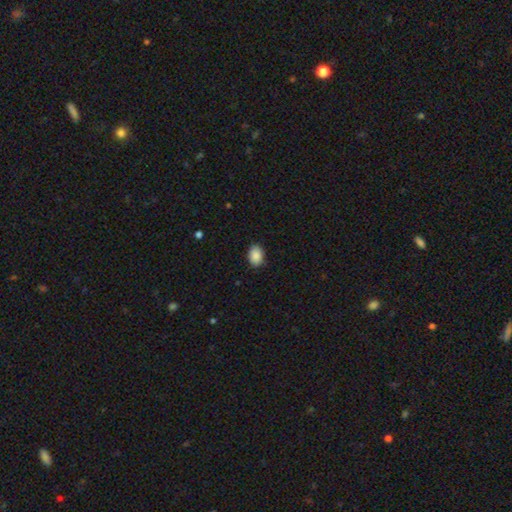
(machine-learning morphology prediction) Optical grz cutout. It shows a smooth galaxy with no disk features (89%) that is in between round and cigar-shaped (80%). Merging: none (86%).